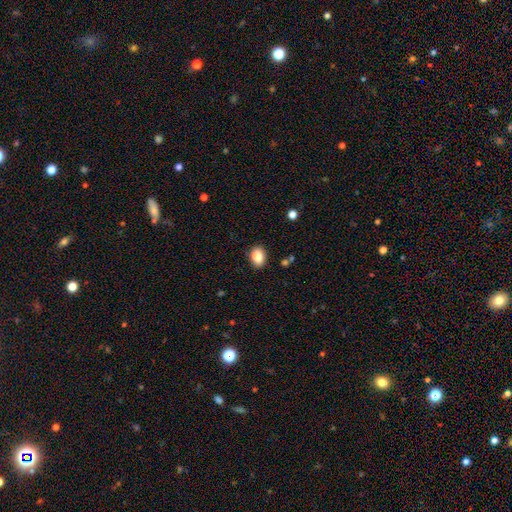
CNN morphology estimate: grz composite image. It shows a smooth galaxy with no disk features (84%) that is in between round and cigar-shaped (77%). Merging: none (82%).